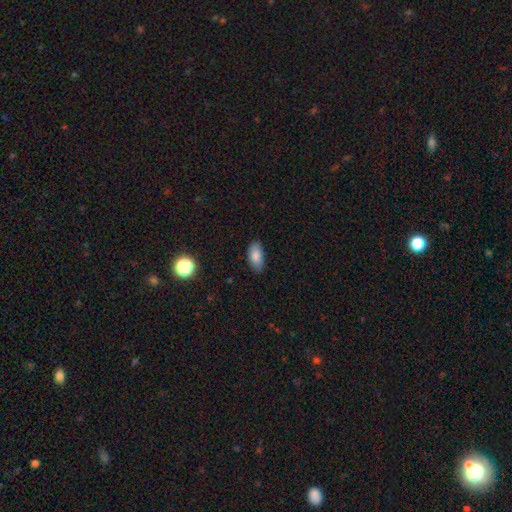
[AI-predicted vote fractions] smooth-or-featured: smooth: 84% | featured or disk: 8% | star or artifact: 8%
  how-rounded: in between: 90% | cigar-shaped: 7% | round: 4%
  merging: none: 84% | minor disturbance: 13% | major disturbance: 2% | merger: 1%